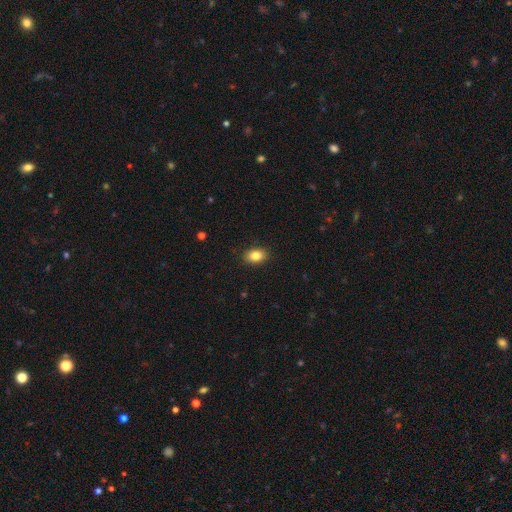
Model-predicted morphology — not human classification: Overall: smooth (83%). How rounded: in between (77%). Merging: none (89%).